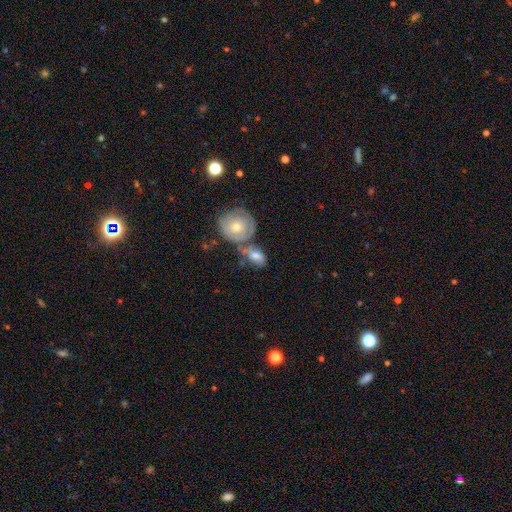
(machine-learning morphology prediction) This is possibly a smooth galaxy (58%). How rounded: likely in between (70%). Merging: marginally merger (43%).